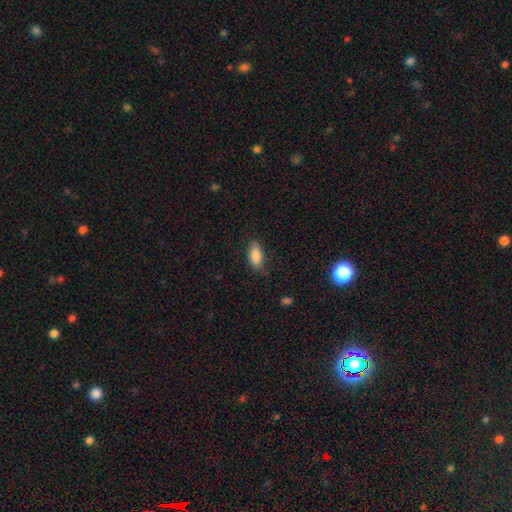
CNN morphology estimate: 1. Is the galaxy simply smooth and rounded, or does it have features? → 86% smooth, 7% star or artifact, 7% featured or disk.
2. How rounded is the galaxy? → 90% in between, 7% cigar-shaped, 3% round.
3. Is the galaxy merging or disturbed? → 81% none, 14% minor disturbance, 3% major disturbance, 1% merger.